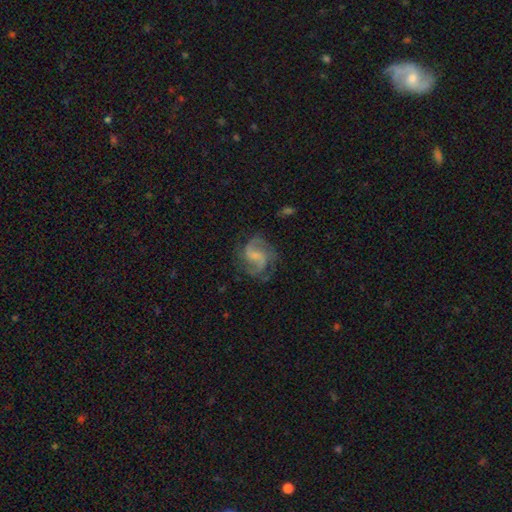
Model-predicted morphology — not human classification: Smooth or featured? featured or disk (83%)
Edge-on disk? no (98%)
Bar? weak (51%)
Spiral arms? yes (96%)
Spiral winding? medium (52%)
Spiral arm count? 2 (73%)
Bulge size? small (40%)
Merging? none (69%)